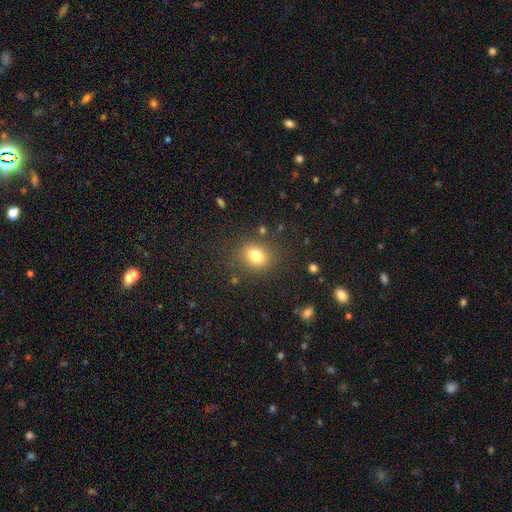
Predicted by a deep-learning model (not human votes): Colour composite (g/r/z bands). It shows a smooth galaxy with no disk features (79%) that is round (55%). Merging: none (82%).